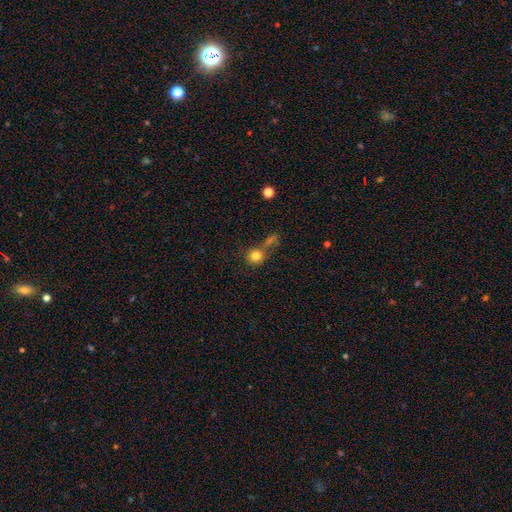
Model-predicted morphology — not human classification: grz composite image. It shows a smooth galaxy with no disk features (80%) that is round (87%). Merging: none (49%).